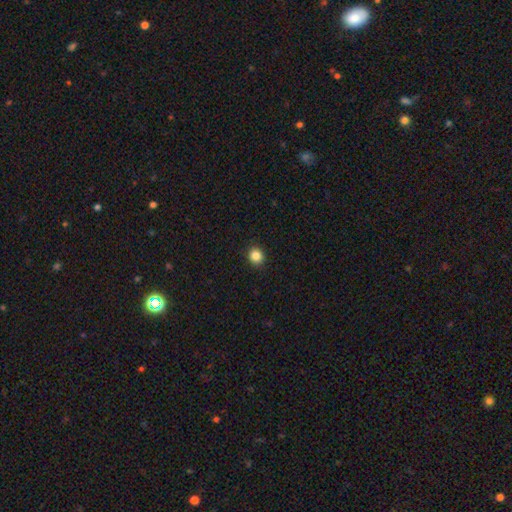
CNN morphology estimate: The model was most divided on "how rounded": round: 82%, in between: 17%, cigar-shaped: 1%. More confident: merging — none (92%); smooth or featured — smooth (85%).